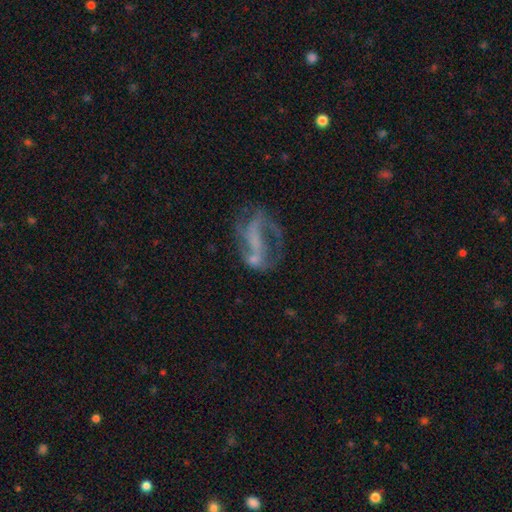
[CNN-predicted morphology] type=featured or disk (68%); edge-on=no (97%); bar=no (51%); spiral arms=yes (64%); bulge=none (52%); merging=major disturbance (39%).